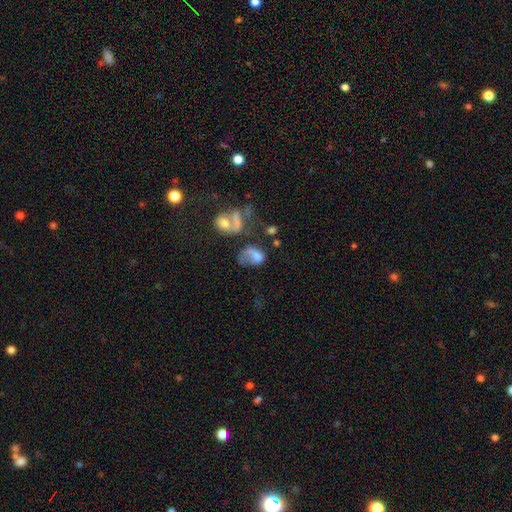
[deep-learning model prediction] A smooth galaxy with no disk features (57%) that is in between round and cigar-shaped (74%). Merging: major disturbance (36%).